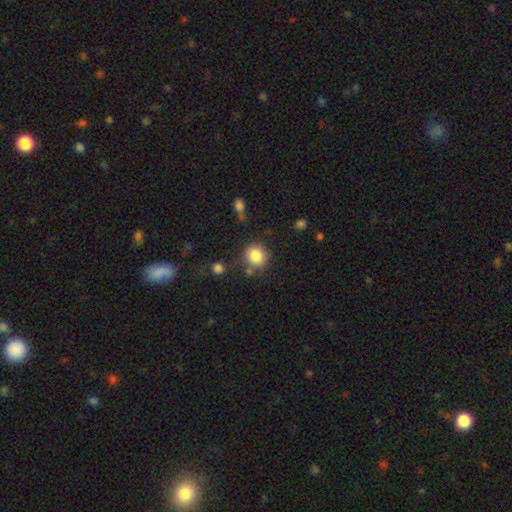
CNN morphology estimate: This is clearly a smooth galaxy (84%). How rounded: clearly round (87%). Merging: likely none (78%).